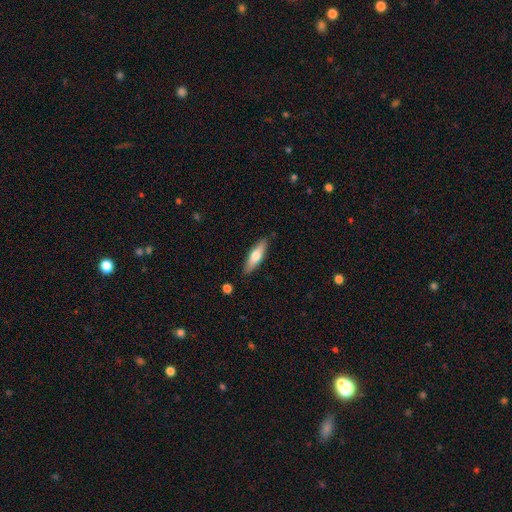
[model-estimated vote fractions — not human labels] The model was most divided on "how rounded": cigar-shaped: 62%, in between: 36%, round: 2%. More confident: merging — none (86%); smooth or featured — smooth (61%).